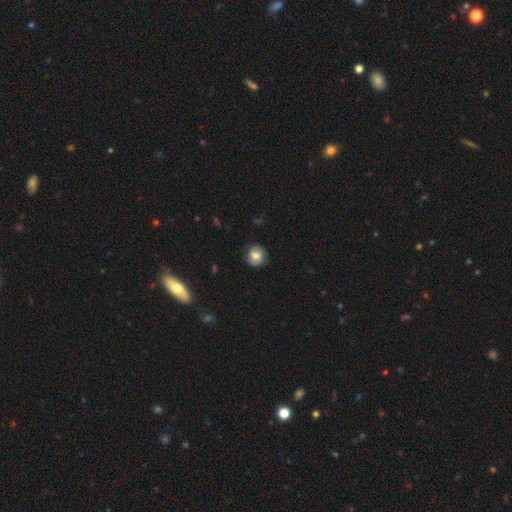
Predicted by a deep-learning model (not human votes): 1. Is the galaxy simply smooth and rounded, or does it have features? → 60% smooth, 31% featured or disk, 9% star or artifact.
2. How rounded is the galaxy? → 82% round, 17% in between, 1% cigar-shaped.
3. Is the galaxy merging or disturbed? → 83% none, 13% minor disturbance, 4% major disturbance, 1% merger.